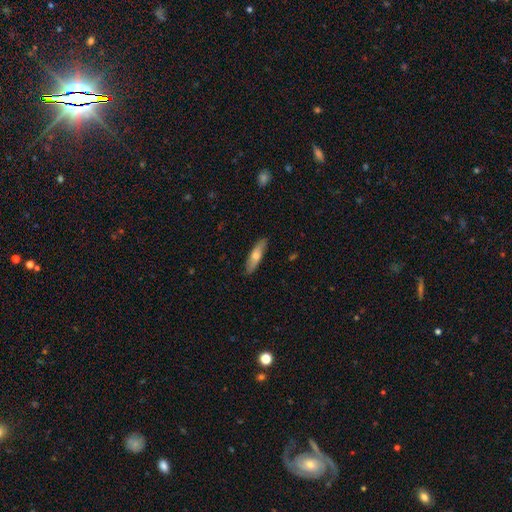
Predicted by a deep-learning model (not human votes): A smooth galaxy with no disk features (66%) that is cigar-shaped (65%).

Vote fractions:
- Smooth or featured? smooth: 66% / featured or disk: 28% / star or artifact: 6%
- How rounded? cigar-shaped: 65% / in between: 33% / round: 2%
- Merging? none: 87% / minor disturbance: 10% / major disturbance: 2% / merger: 1%